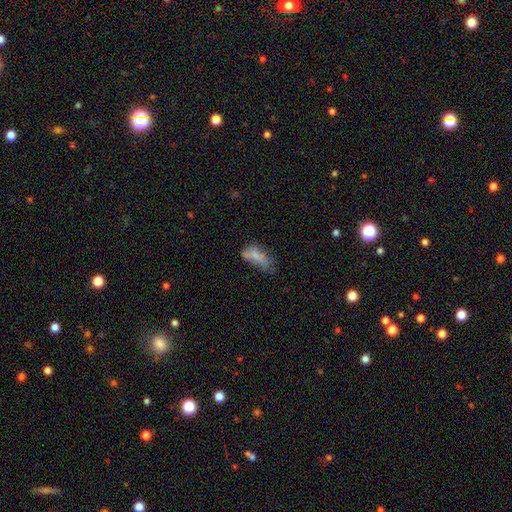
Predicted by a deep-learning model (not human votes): This appears to be a smooth galaxy with no disk features (71%) that is in between round and cigar-shaped (82%). Merging: none (36%).